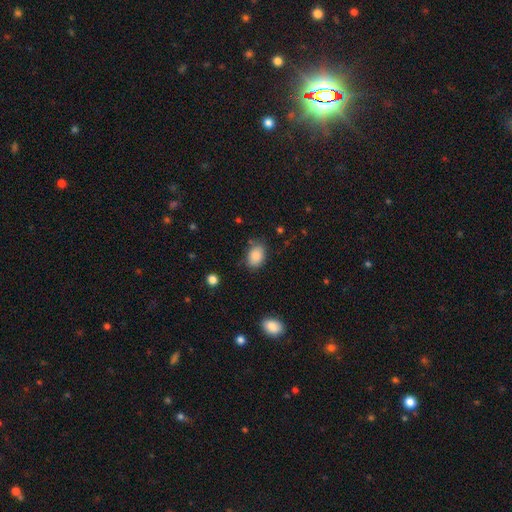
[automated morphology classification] This appears to be a smooth galaxy with no disk features (85%) that is in between round and cigar-shaped (81%). Merging: none (78%).